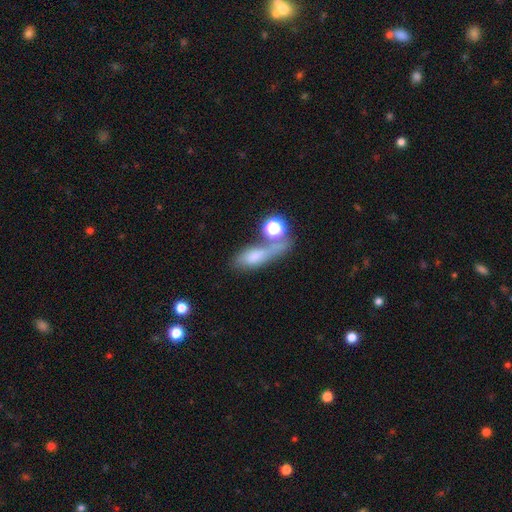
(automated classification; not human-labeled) Smooth or featured?
  - smooth: 60% *
  - featured or disk: 25%
  - star or artifact: 15%
How rounded?
  - in between: 54% *
  - cigar-shaped: 32%
  - round: 15%
Merging?
  - none: 37% *
  - merger: 28%
  - major disturbance: 18%
  - minor disturbance: 17%